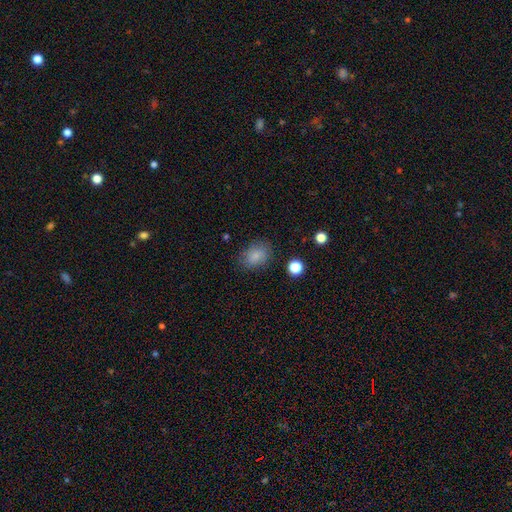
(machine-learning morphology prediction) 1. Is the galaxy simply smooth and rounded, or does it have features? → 84% smooth, 10% star or artifact, 6% featured or disk.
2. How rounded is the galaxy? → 69% in between, 30% round, 1% cigar-shaped.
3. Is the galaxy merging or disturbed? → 79% none, 15% minor disturbance, 5% major disturbance, 2% merger.